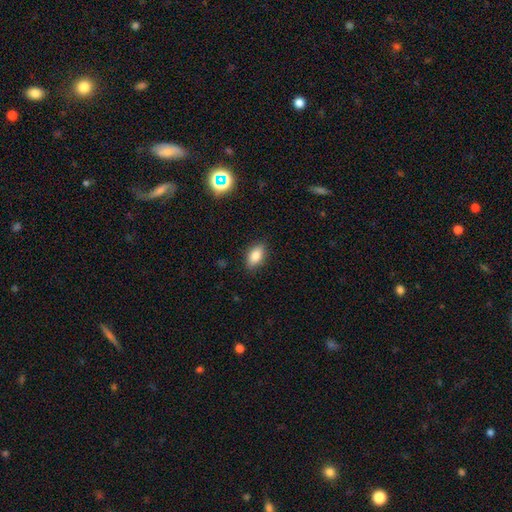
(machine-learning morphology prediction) This appears to be a smooth galaxy with no disk features (82%) that is in between round and cigar-shaped (88%). Merging: none (87%).